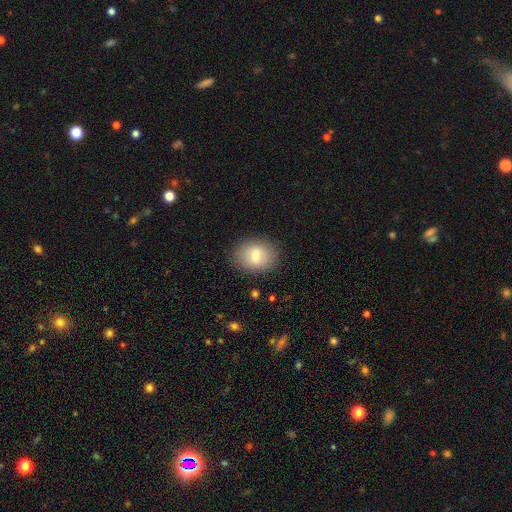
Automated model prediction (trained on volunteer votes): smooth 75%, featured or disk 16%, star or artifact 8%. Down the decision tree: how rounded — in between (56%); merging — none (86%).